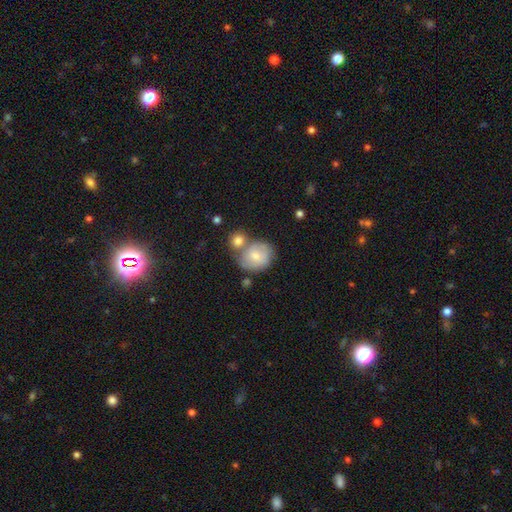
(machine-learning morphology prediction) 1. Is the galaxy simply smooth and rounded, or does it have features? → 64% smooth, 28% featured or disk, 7% star or artifact.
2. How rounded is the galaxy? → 73% round, 26% in between, 1% cigar-shaped.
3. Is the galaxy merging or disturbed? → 40% none, 39% merger, 15% minor disturbance, 5% major disturbance.